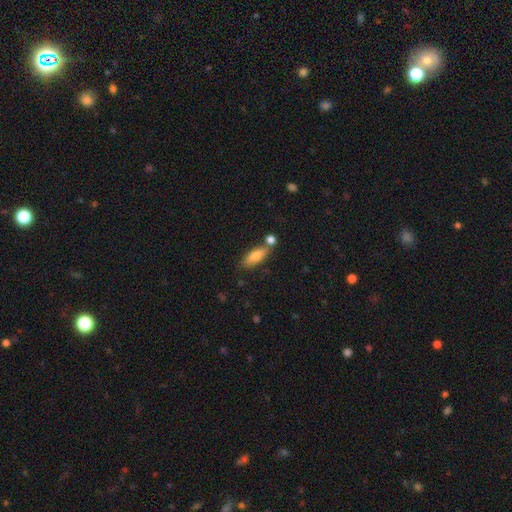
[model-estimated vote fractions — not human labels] Overall: smooth (79%). How rounded: in between (66%; cigar-shaped 32%). Merging: none (68%).